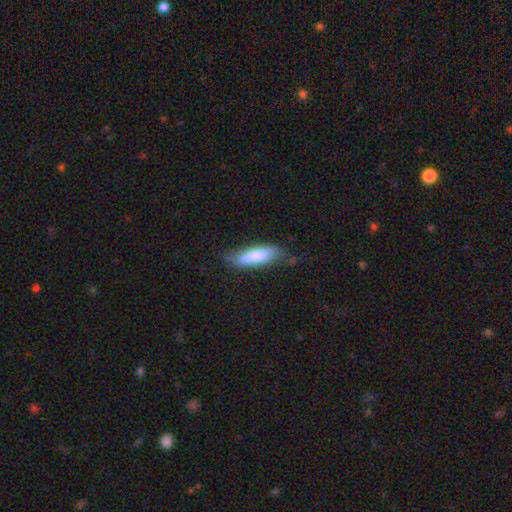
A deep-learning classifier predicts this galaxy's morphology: This appears to be a smooth galaxy with no disk features (76%) that is cigar-shaped (55%). Merging: none (62%).